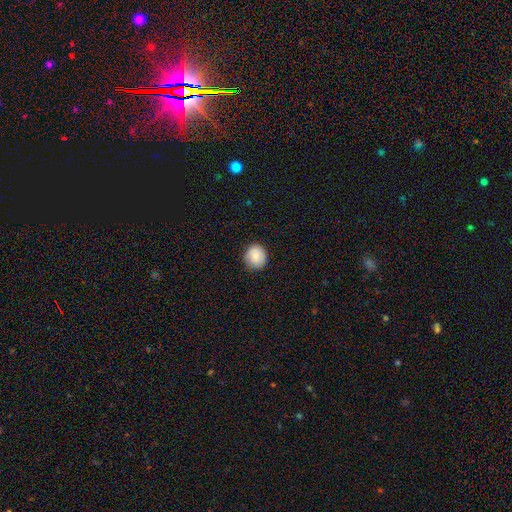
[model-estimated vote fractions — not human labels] smooth_or_featured: smooth (p=0.83) [alt: featured or disk p=0.09]
how_rounded: round (p=0.90) [alt: in between p=0.09]
merging: none (p=0.86) [alt: minor disturbance p=0.11]